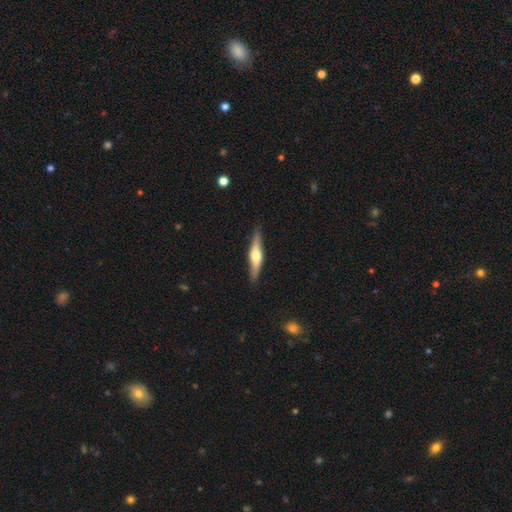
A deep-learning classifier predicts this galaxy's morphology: Overall: featured or disk (59%; smooth 36%). Edge-on disk: yes (94%). Edge-on bulge: rounded (89%). Merging: none (87%).